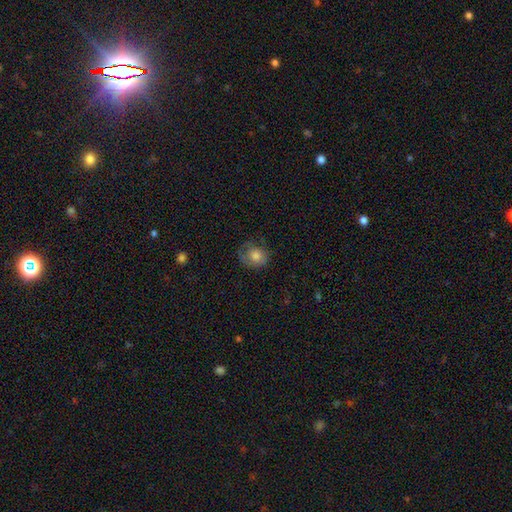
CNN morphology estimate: Q: Smooth or featured?
A: smooth (74%); runner-up: featured or disk (17%)
Q: How rounded?
A: round (70%); runner-up: in between (29%)
Q: Merging?
A: none (57%); runner-up: minor disturbance (26%)